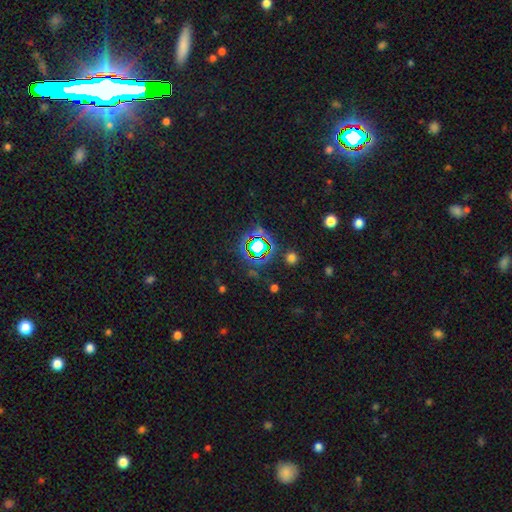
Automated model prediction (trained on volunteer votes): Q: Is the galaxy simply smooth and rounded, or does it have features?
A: star or artifact — 78%.